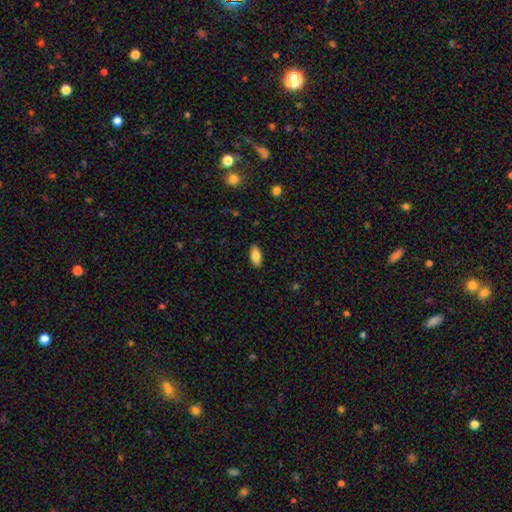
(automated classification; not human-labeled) smooth 83%, featured or disk 10%, star or artifact 7%. Down the decision tree: how rounded — in between (88%); merging — none (88%).